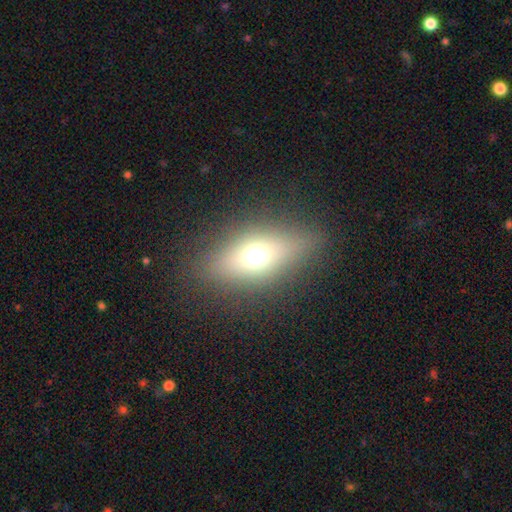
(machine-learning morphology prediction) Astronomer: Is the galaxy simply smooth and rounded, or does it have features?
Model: smooth — 59%.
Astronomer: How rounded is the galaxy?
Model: in between — 69%.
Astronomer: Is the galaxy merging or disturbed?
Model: none — 83%.